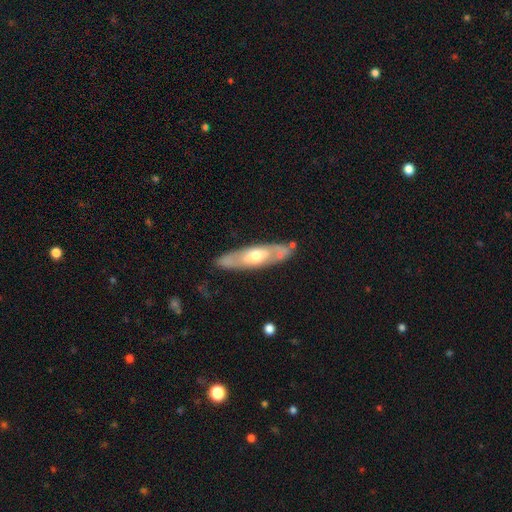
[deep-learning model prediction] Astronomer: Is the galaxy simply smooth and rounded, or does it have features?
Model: featured or disk — 60%.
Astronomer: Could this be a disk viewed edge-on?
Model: no — 61% (runner-up: yes, 39%).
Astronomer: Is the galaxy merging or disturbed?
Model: none — 79%.